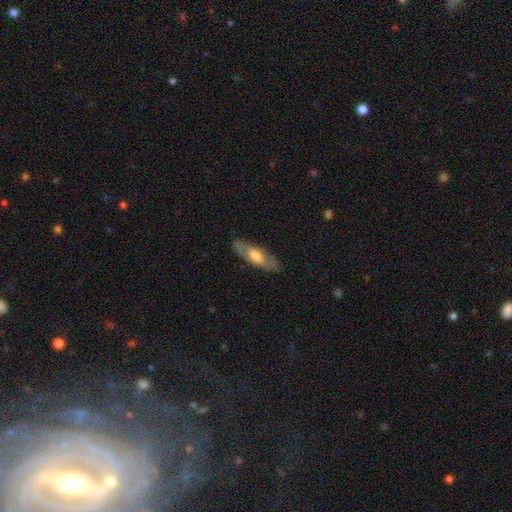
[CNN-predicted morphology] The model was most divided on "smooth or featured": featured or disk: 53%, smooth: 42%, star or artifact: 5%. More confident: merging — none (84%); edge-on disk — no (66%).